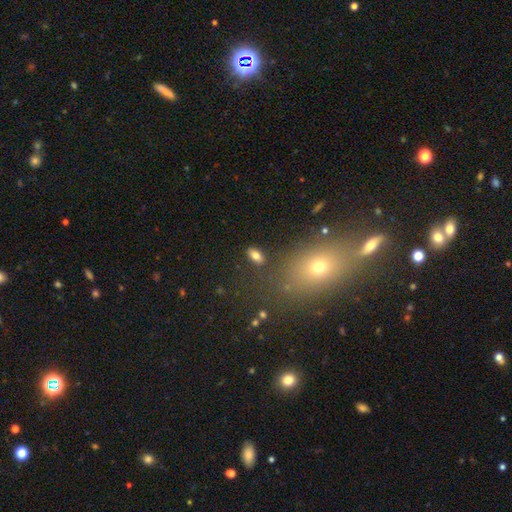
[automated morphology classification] A smooth galaxy with no disk features (79%) that is in between round and cigar-shaped (88%).

Vote fractions:
- Smooth or featured? smooth: 79% / star or artifact: 11% / featured or disk: 10%
- How rounded? in between: 88% / round: 6% / cigar-shaped: 5%
- Merging? none: 84% / minor disturbance: 9% / merger: 4% / major disturbance: 3%